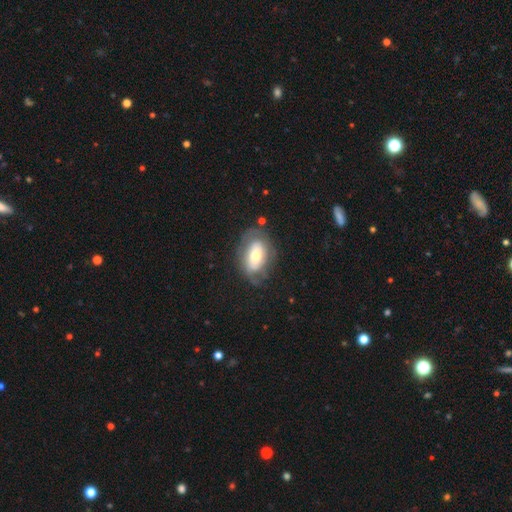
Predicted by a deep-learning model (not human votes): The model was most divided on "smooth or featured": featured or disk: 49%, smooth: 44%, star or artifact: 7%. More confident: merging — none (58%).